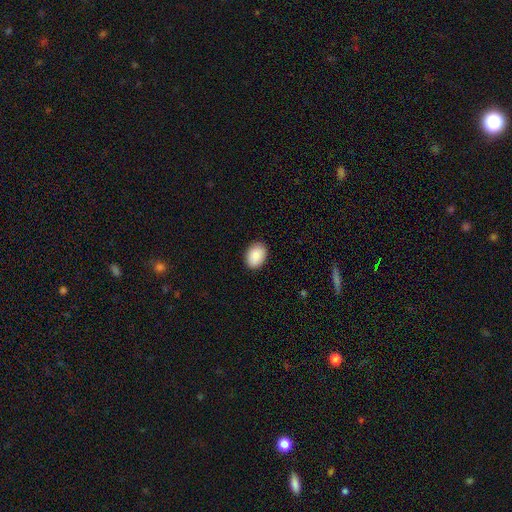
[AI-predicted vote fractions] This is clearly a smooth galaxy (90%). How rounded: likely in between (79%). Merging: clearly none (89%).